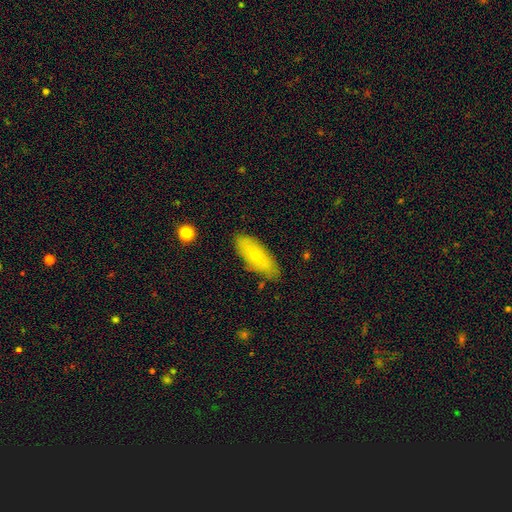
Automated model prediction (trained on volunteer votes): The model was most divided on "smooth or featured": smooth: 65%, featured or disk: 28%, star or artifact: 7%. More confident: merging — none (79%); how rounded — in between (71%).